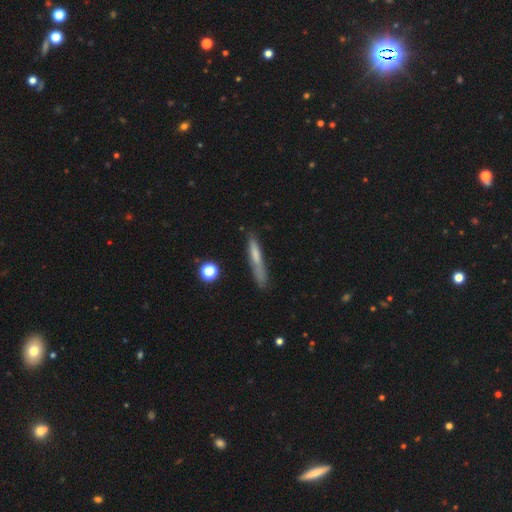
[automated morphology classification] This appears to be a smooth galaxy with no disk features (63%) that is cigar-shaped (92%). Merging: none (70%).